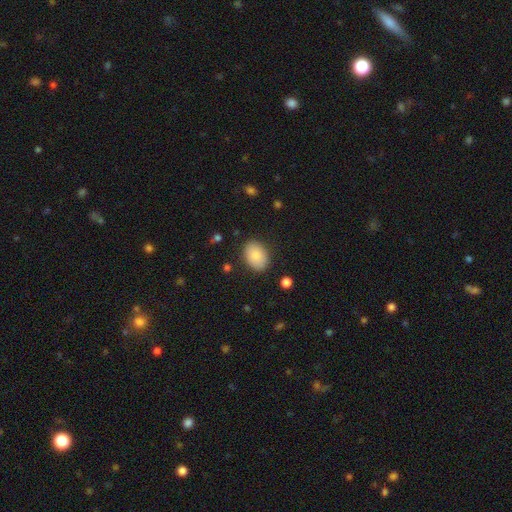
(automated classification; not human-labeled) A smooth galaxy with no disk features (86%) that is in between round and cigar-shaped (81%).

Vote fractions:
- Smooth or featured? smooth: 86% / featured or disk: 7% / star or artifact: 7%
- How rounded? in between: 81% / round: 18% / cigar-shaped: 1%
- Merging? none: 86% / minor disturbance: 10% / major disturbance: 3% / merger: 1%